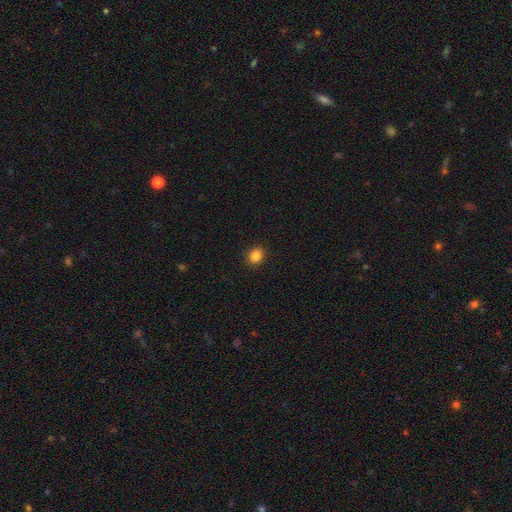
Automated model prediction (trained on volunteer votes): This appears to be a smooth galaxy with no disk features (86%) that is round (78%). Merging: none (91%).